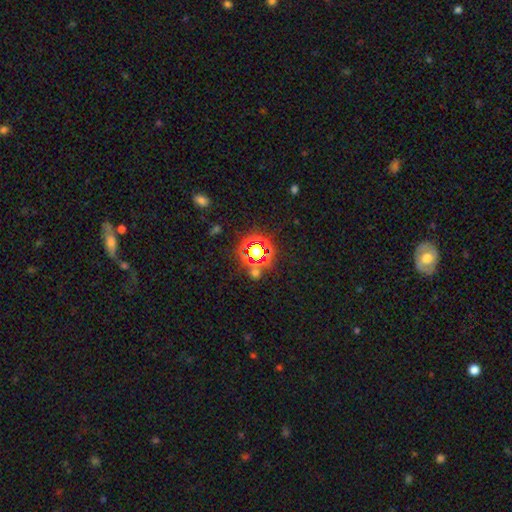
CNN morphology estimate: This appears to be a star or artifact, not a galaxy (68%).